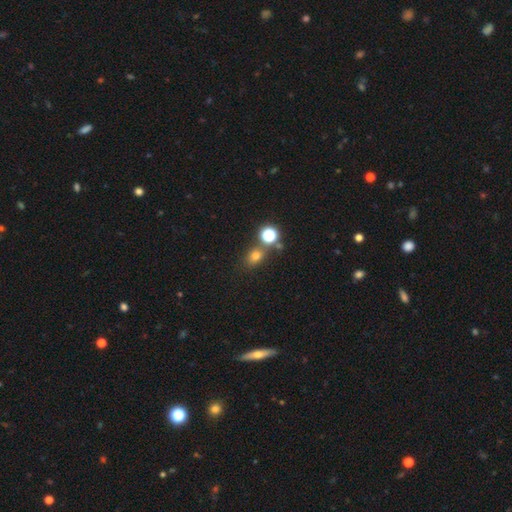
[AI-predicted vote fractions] Overall: smooth (71%). How rounded: round (55%; in between 43%). Merging: none (67%).